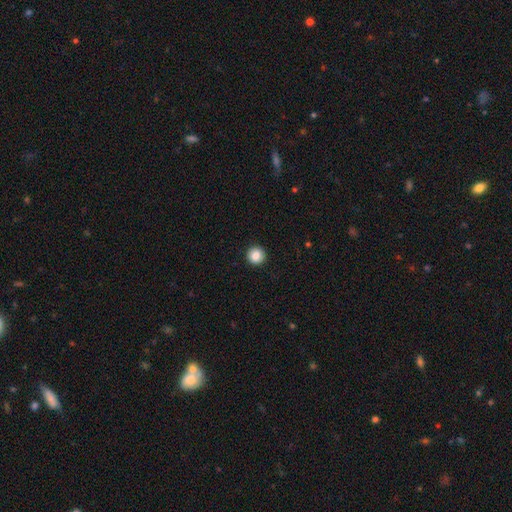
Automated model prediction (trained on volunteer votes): Smooth or featured? smooth (86%)
How rounded? round (95%)
Merging? none (93%)